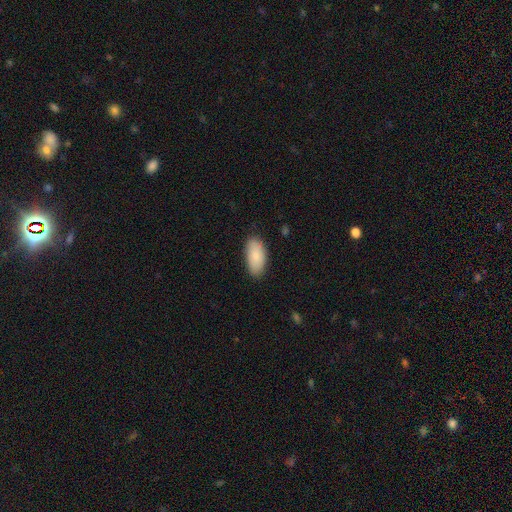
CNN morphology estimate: A smooth galaxy with no disk features (86%) that is in between round and cigar-shaped (93%).

Vote fractions:
- Smooth or featured? smooth: 86% / featured or disk: 8% / star or artifact: 6%
- How rounded? in between: 93% / cigar-shaped: 5% / round: 2%
- Merging? none: 83% / minor disturbance: 13% / major disturbance: 2% / merger: 1%